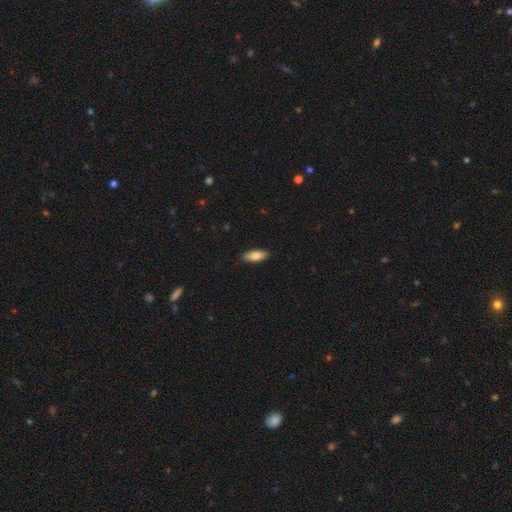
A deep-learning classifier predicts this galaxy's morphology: smooth 80%, featured or disk 14%, star or artifact 6%. Down the decision tree: how rounded — in between (74%); merging — none (89%).